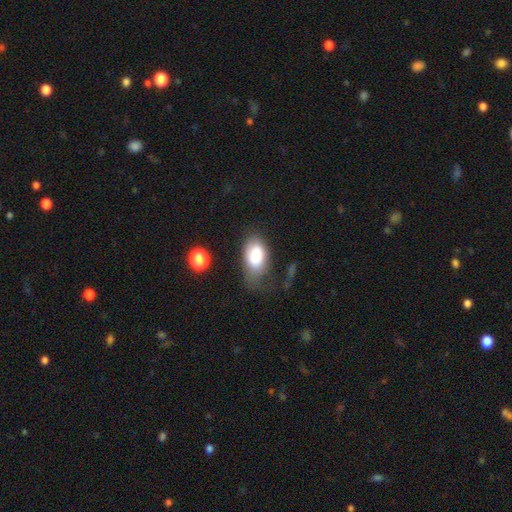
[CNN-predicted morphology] Smooth or featured? Predicted: smooth (p=0.81). How rounded? Predicted: in between (p=0.92). Merging? Predicted: none (p=0.40).